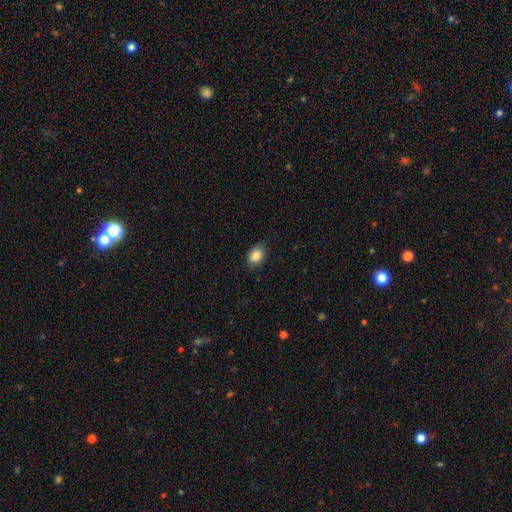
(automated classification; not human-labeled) Smooth or featured: smooth — 85% (star or artifact — 9%)
How rounded: in between — 69% (round — 30%)
Merging: none — 81% (minor disturbance — 16%)